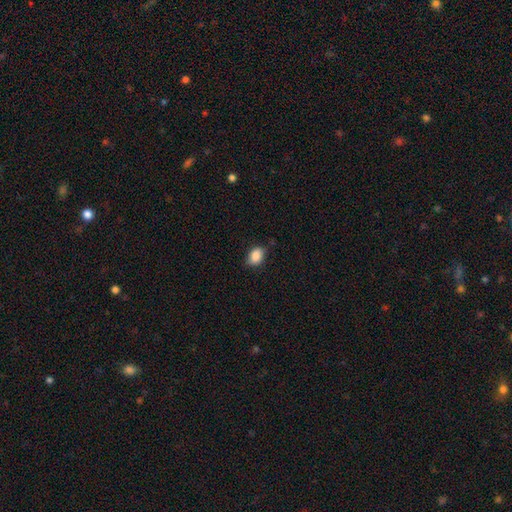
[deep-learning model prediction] Overall: smooth (87%). How rounded: in between (76%). Merging: none (76%).